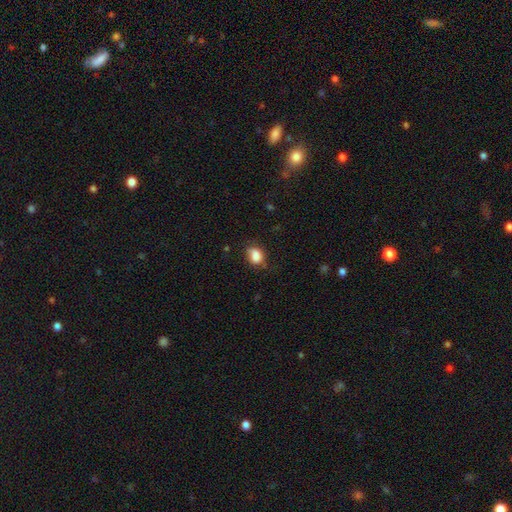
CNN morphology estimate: Smooth or featured? smooth (83%)
How rounded? in between (61%)
Merging? none (55%)